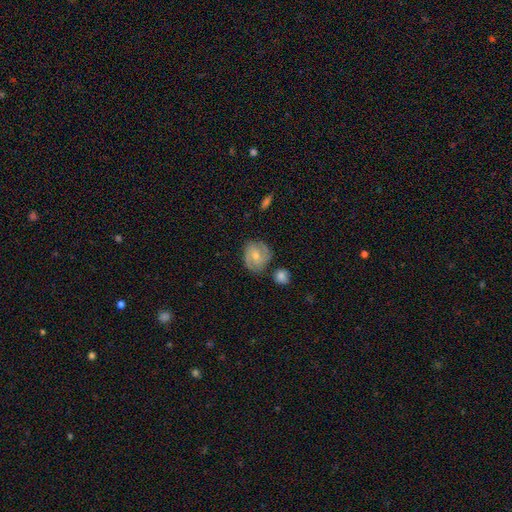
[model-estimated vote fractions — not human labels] Smooth or featured? Predicted: featured or disk (p=0.66). Edge-on disk? Predicted: no (p=0.97). Bar? Predicted: no (p=0.49). Spiral arms? Predicted: yes (p=0.91). Spiral winding? Predicted: tight (p=0.43, tied with medium). Spiral arm count? Predicted: 2 (p=0.59). Bulge size? Predicted: moderate (p=0.51). Merging? Predicted: none (p=0.72).